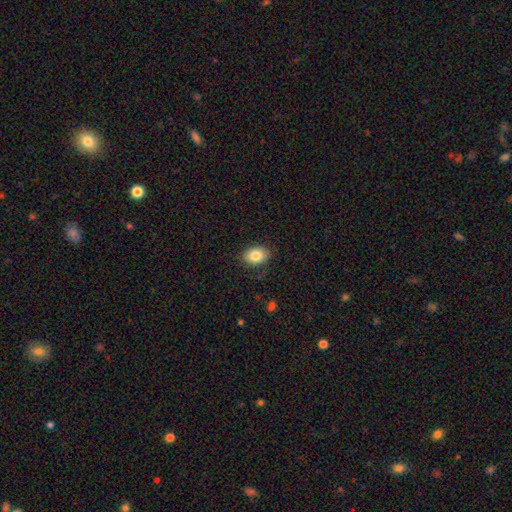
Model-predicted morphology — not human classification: Overall: smooth (83%). How rounded: in between (75%). Merging: none (84%).